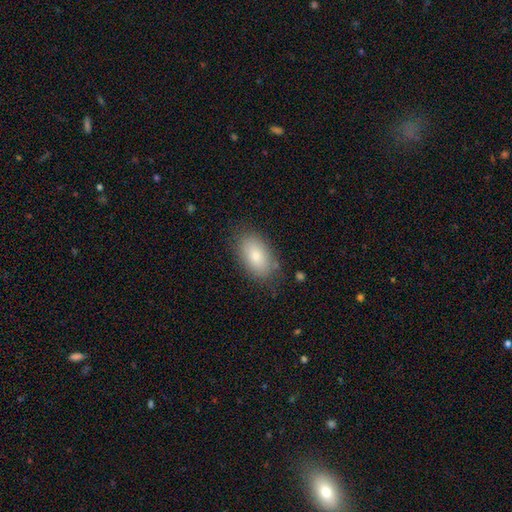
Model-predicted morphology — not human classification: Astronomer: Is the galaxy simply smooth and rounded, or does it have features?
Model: smooth — 77%.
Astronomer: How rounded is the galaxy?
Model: in between — 92%.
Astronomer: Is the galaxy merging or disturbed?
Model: none — 80%.